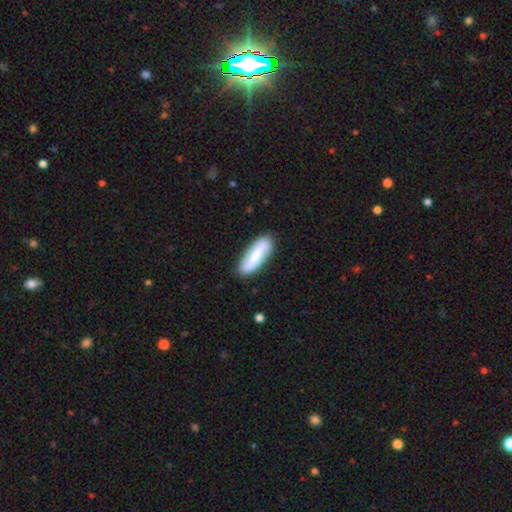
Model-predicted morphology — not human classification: This is possibly a smooth galaxy (56%). How rounded: likely in between (66%). Merging: clearly none (86%).